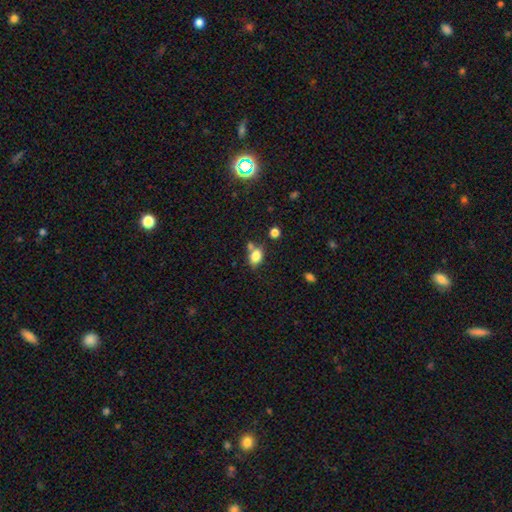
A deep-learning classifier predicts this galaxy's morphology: The model was most divided on "merging": none: 57%, merger: 23%, minor disturbance: 16%, major disturbance: 5%. More confident: smooth or featured — smooth (80%); how rounded — in between (78%).